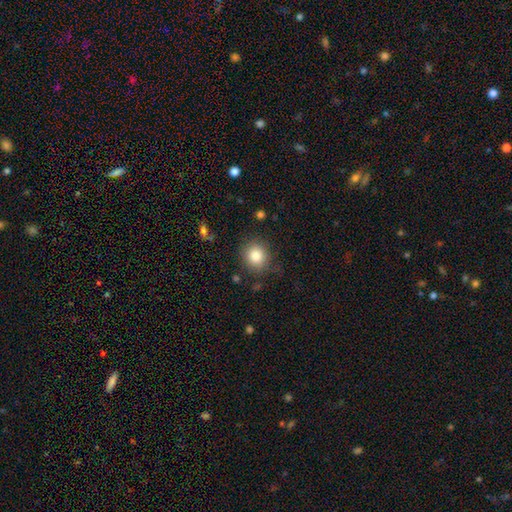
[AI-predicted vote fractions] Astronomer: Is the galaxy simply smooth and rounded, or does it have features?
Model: smooth — 83%.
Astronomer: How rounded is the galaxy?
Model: round — 85%.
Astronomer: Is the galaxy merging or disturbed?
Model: none — 83%.